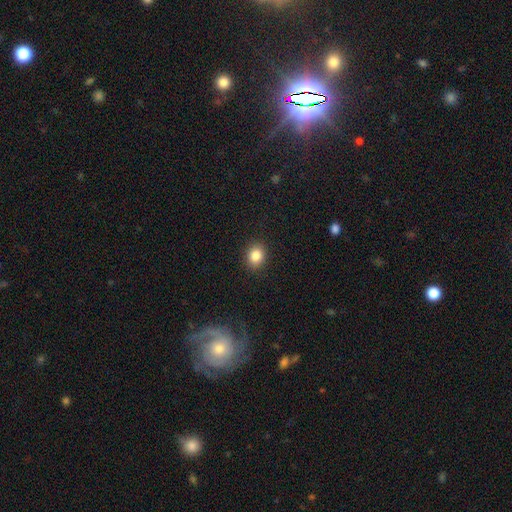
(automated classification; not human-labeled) This is clearly a smooth galaxy (85%). How rounded: likely round (61%). Merging: clearly none (90%).